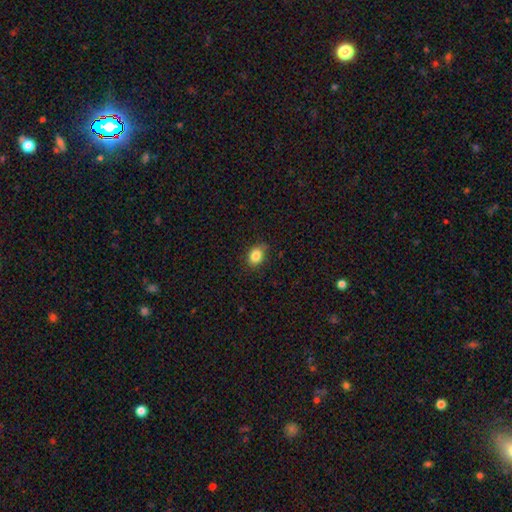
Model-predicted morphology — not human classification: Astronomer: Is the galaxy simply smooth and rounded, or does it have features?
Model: smooth — 84%.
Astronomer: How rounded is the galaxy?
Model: in between — 61% (runner-up: round, 38%).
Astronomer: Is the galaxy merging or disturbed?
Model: none — 79%.